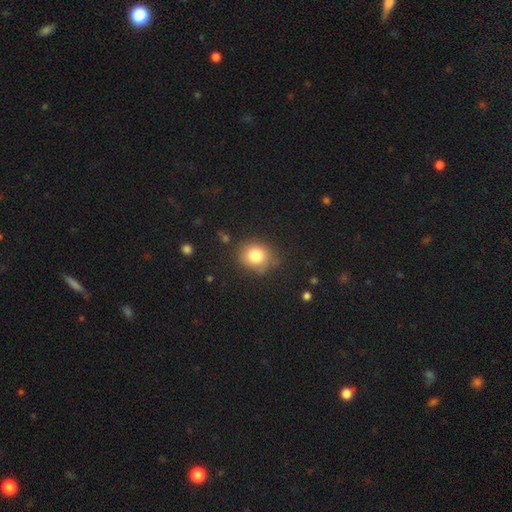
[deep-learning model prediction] Smooth or featured? Predicted: smooth (p=0.81). How rounded? Predicted: round (p=0.72). Merging? Predicted: none (p=0.77).